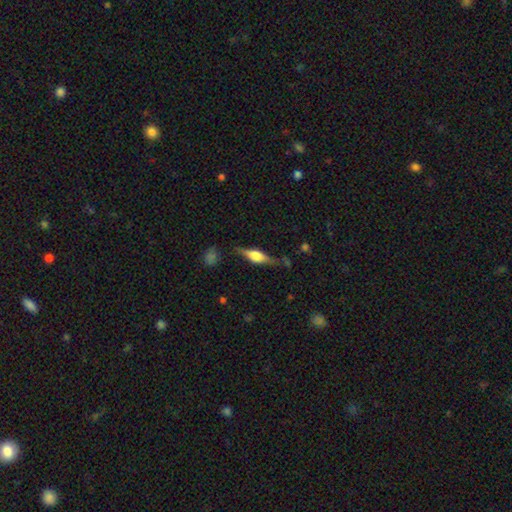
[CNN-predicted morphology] featured or disk 59%, smooth 34%, star or artifact 7%. Down the decision tree: edge-on disk — yes (94%); edge-on bulge — rounded (81%); merging — none (74%).